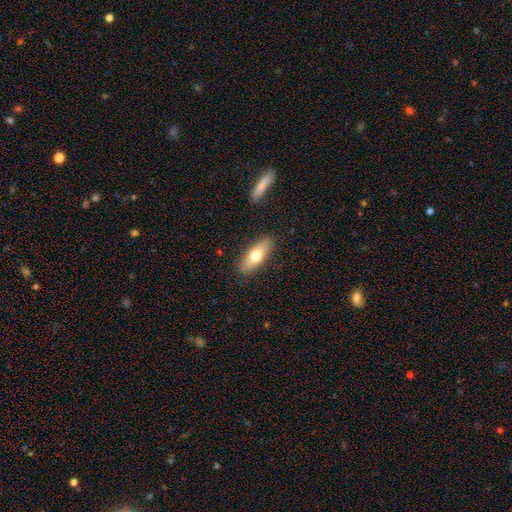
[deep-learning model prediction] smooth 66%, featured or disk 28%, star or artifact 6%. Down the decision tree: how rounded — in between (64%); merging — none (87%).